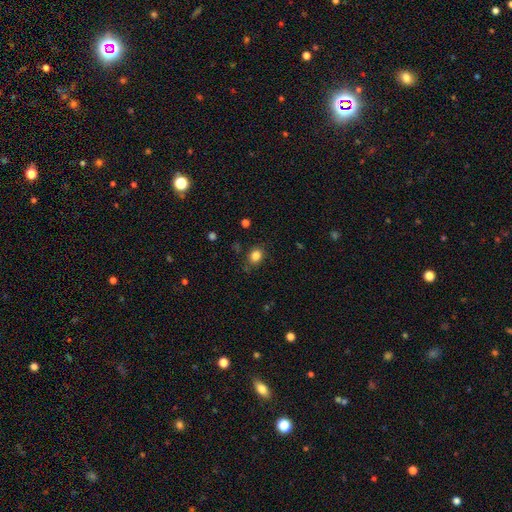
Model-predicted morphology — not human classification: Smooth or featured: smooth — 83% (star or artifact — 11%)
How rounded: round — 61% (in between — 38%)
Merging: none — 82% (minor disturbance — 13%)